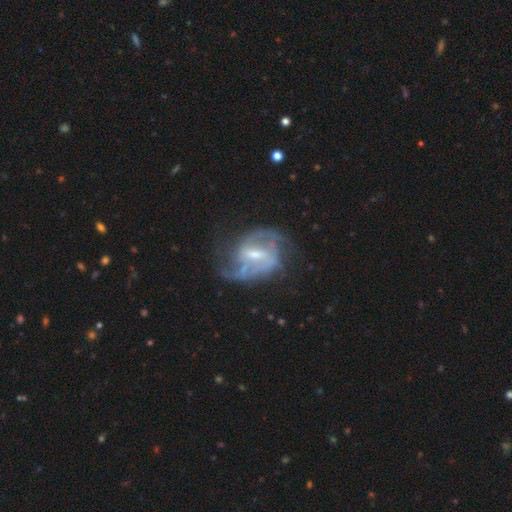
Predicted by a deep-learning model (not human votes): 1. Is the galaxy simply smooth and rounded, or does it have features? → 86% featured or disk, 8% smooth, 6% star or artifact.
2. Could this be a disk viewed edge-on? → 97% no, 3% yes.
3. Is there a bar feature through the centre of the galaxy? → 53% weak, 34% strong, 13% no.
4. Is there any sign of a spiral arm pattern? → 94% yes, 6% no.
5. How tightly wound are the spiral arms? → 50% medium, 25% tight, 25% loose.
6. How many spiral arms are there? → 71% 2, 12% can't tell, 8% 3, 4% 1, 3% 4, 2% more than 4.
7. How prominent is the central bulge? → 46% small, 43% moderate, 7% none, 3% large, 1% dominant.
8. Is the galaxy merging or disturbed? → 59% none, 22% minor disturbance, 16% major disturbance, 3% merger.